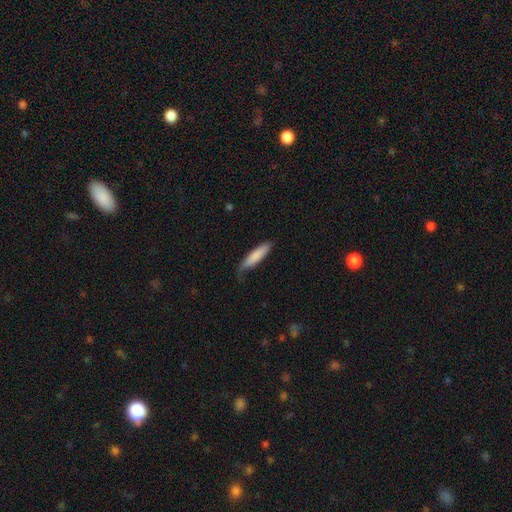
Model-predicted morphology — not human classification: Q: Smooth or featured?
A: smooth (82%); runner-up: featured or disk (13%)
Q: How rounded?
A: cigar-shaped (77%); runner-up: in between (21%)
Q: Merging?
A: none (63%); runner-up: minor disturbance (30%)